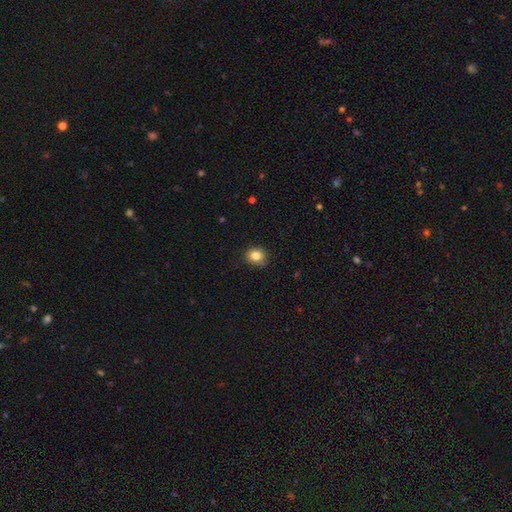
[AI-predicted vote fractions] smooth 82%, star or artifact 10%, featured or disk 7%. Down the decision tree: how rounded — round (70%); merging — none (79%).